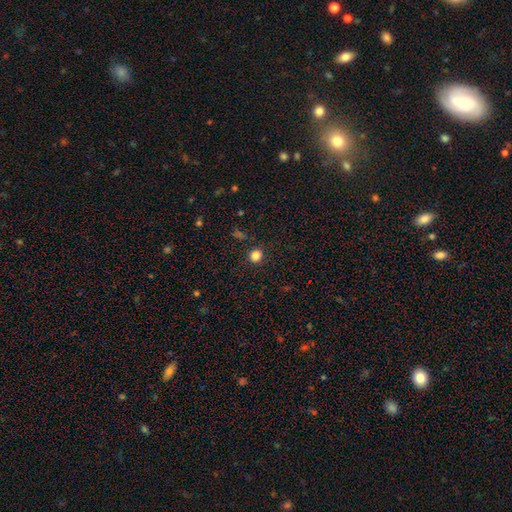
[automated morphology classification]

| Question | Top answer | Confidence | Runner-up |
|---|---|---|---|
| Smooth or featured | smooth | 84% | star or artifact (13%) |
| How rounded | round | 87% | in between (12%) |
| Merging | none | 90% | minor disturbance (6%) |